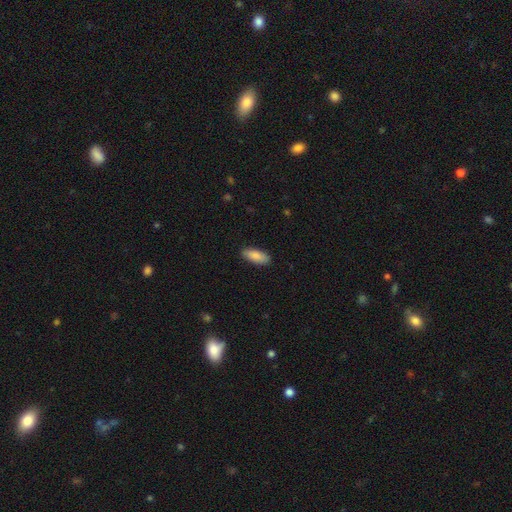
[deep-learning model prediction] This is clearly a smooth galaxy (87%). How rounded: likely in between (80%). Merging: clearly none (88%).